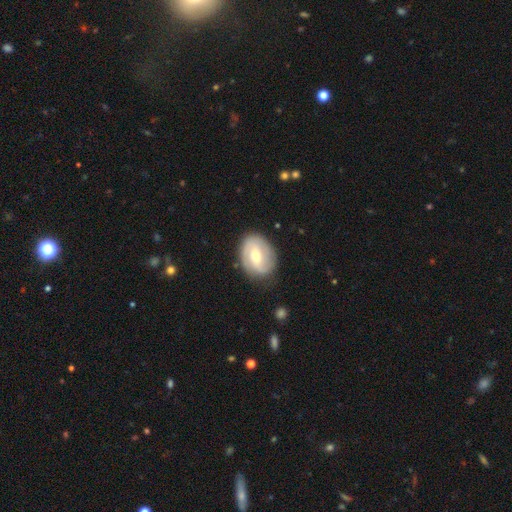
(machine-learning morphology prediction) The model was most divided on "spiral winding": medium: 39%, tight: 38%, loose: 23%. Remaining: edge-on disk — no (96%); spiral arms — yes (83%); merging — none (79%); spiral arm count — 2 (69%); smooth or featured — featured or disk (69%); bulge size — moderate (58%); bar — weak (48%).